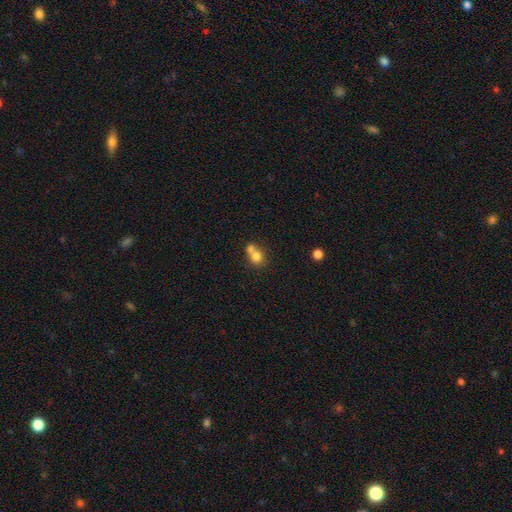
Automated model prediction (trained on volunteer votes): smooth-or-featured: smooth: 75% | featured or disk: 14% | star or artifact: 11%
  how-rounded: round: 76% | in between: 23% | cigar-shaped: 1%
  merging: merger: 57% | none: 33% | minor disturbance: 7% | major disturbance: 3%